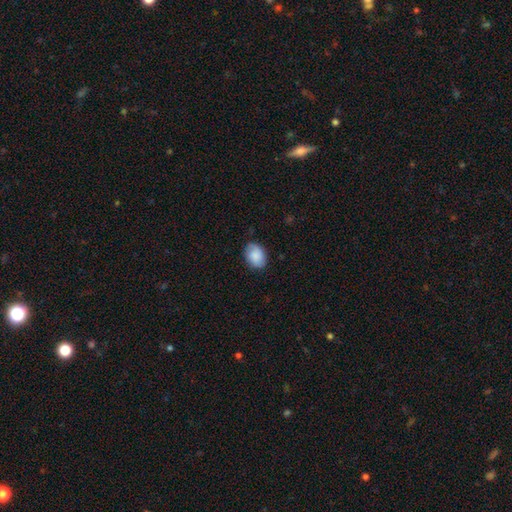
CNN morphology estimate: The model was most divided on "how rounded": in between: 73%, round: 26%, cigar-shaped: 1%. More confident: merging — none (80%); smooth or featured — smooth (78%).